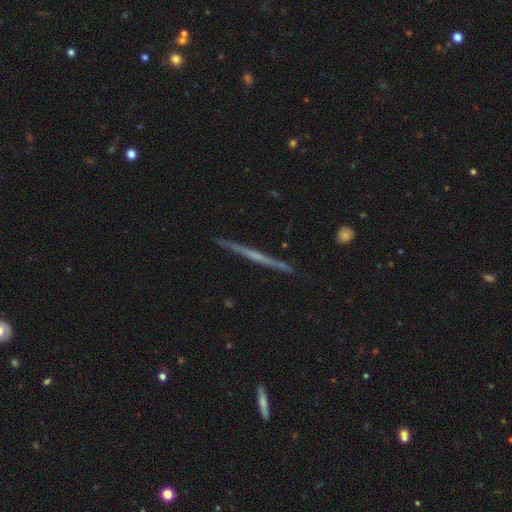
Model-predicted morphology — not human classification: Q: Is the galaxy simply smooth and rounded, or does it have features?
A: featured or disk — 70%.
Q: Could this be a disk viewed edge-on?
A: yes — 98%.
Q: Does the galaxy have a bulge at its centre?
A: none — 78%.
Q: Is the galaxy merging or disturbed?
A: none — 91%.